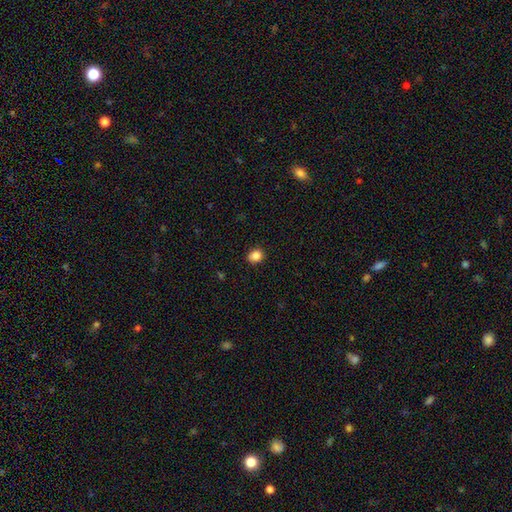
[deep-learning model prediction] This is clearly a smooth galaxy (86%). How rounded: likely round (66%). Merging: clearly none (87%).